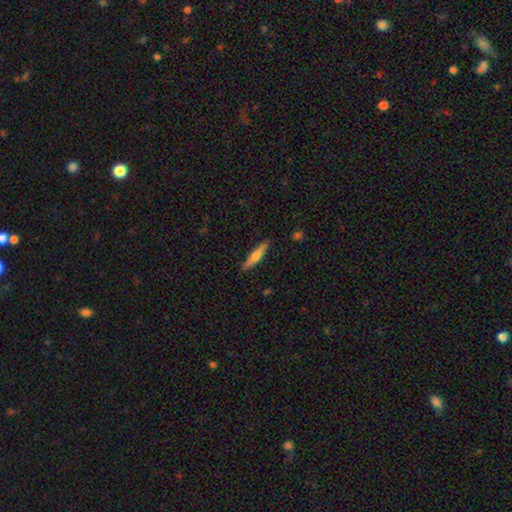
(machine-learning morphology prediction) This appears to be a smooth galaxy with no disk features (61%) that is cigar-shaped (88%). Merging: none (89%).